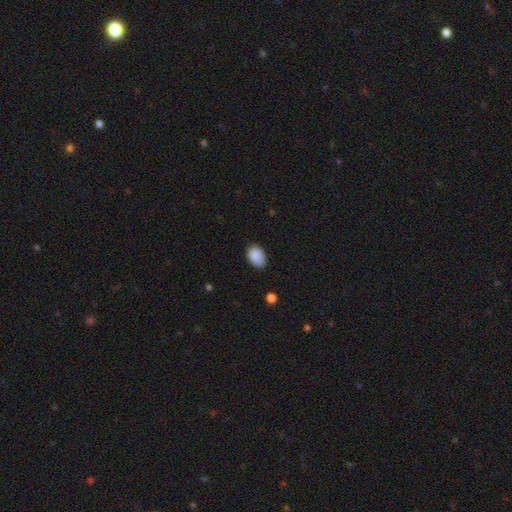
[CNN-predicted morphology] The model was most divided on "merging": none: 78%, minor disturbance: 18%, major disturbance: 3%, merger: 1%. More confident: smooth or featured — smooth (89%); how rounded — in between (82%).